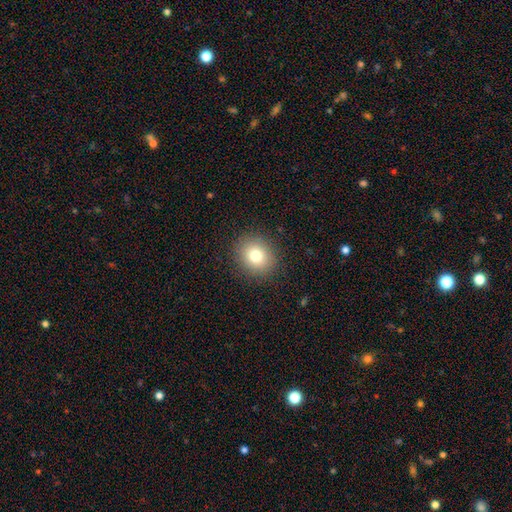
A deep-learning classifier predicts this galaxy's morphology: Overall: smooth (77%). How rounded: round (79%). Merging: none (90%).